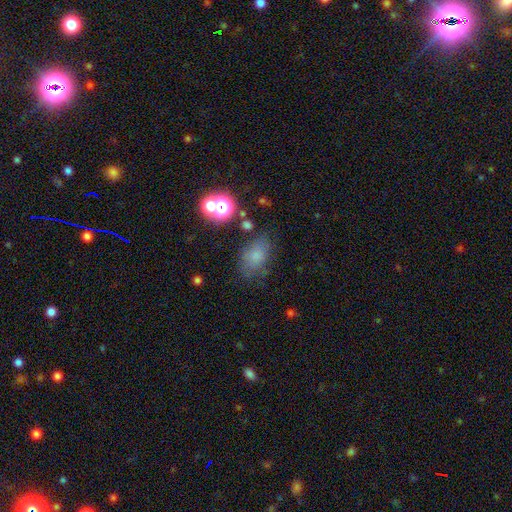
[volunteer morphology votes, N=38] A smooth galaxy with no disk features (89%) that is in between round and cigar-shaped (94%).

Vote fractions:
- Smooth or featured? smooth: 89% / featured or disk: 8% / star or artifact: 3%
- How rounded? in between: 94% / round: 6% / cigar-shaped: 0%
- Merging? none: 43% / minor disturbance: 30% / major disturbance: 14% / merger: 14%